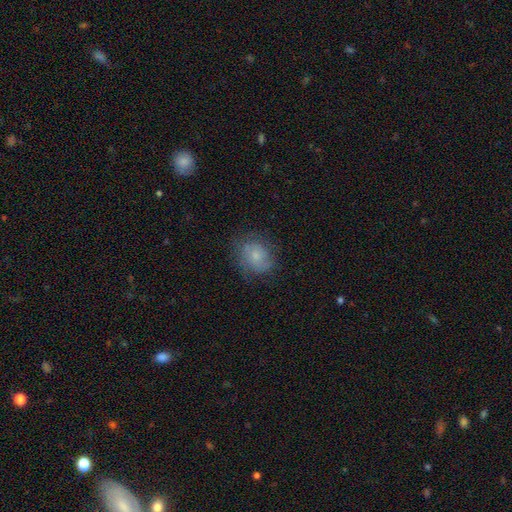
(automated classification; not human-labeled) smooth_or_featured: smooth (p=0.66) [alt: featured or disk p=0.25]
how_rounded: round (p=0.64) [alt: in between p=0.35]
merging: none (p=0.69) [alt: minor disturbance p=0.21]